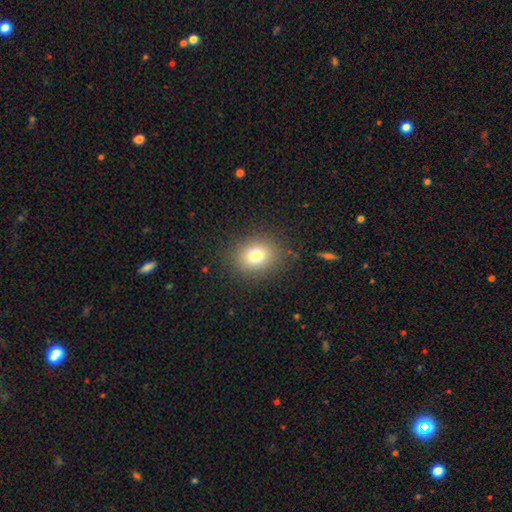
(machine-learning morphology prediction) Smooth or featured?
  - smooth: 77% *
  - star or artifact: 13%
  - featured or disk: 10%
How rounded?
  - round: 58% *
  - in between: 41%
  - cigar-shaped: 1%
Merging?
  - none: 87% *
  - minor disturbance: 8%
  - major disturbance: 4%
  - merger: 1%